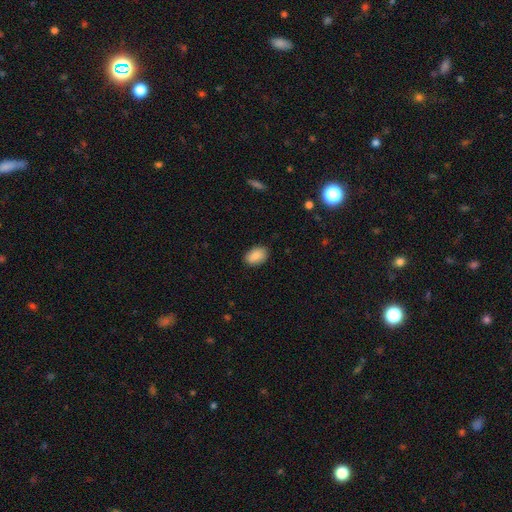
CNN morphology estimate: This is clearly a smooth galaxy (88%). How rounded: clearly in between (87%). Merging: clearly none (87%).